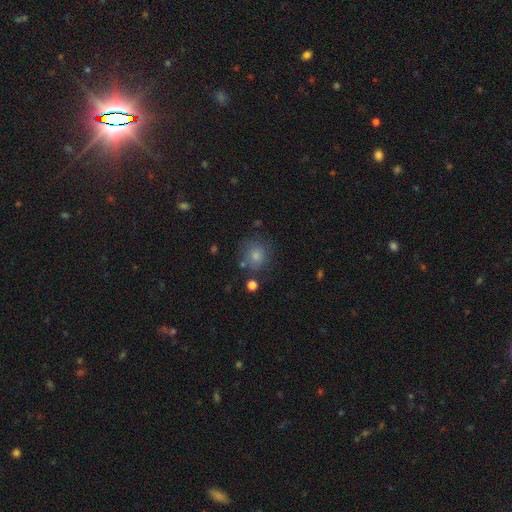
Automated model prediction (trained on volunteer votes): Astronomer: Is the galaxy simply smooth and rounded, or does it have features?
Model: smooth — 79%.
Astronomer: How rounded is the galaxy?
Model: round — 84%.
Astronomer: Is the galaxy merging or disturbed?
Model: none — 73%.